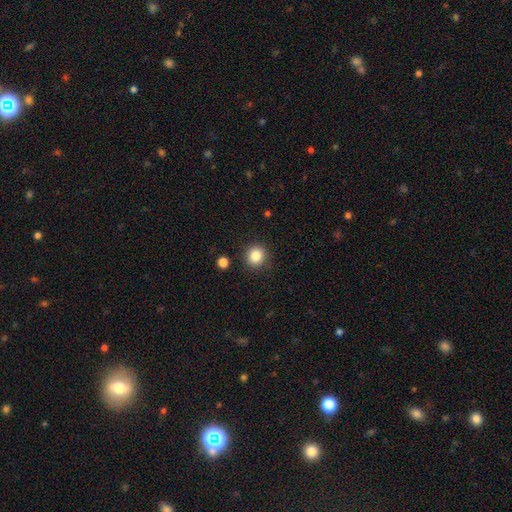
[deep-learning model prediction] smooth-or-featured: smooth: 85% | star or artifact: 10% | featured or disk: 5%
  how-rounded: round: 90% | in between: 9% | cigar-shaped: 1%
  merging: none: 88% | minor disturbance: 7% | major disturbance: 2% | merger: 2%